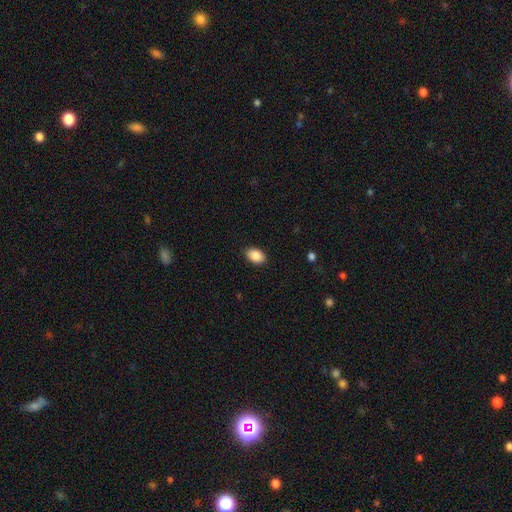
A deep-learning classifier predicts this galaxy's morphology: Smooth or featured? smooth (89%)
How rounded? in between (87%)
Merging? none (88%)